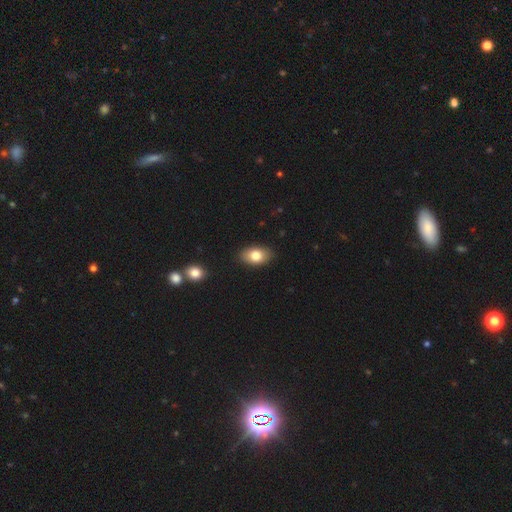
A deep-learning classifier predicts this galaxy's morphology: Smooth or featured? Predicted: smooth (p=0.81). How rounded? Predicted: in between (p=0.89). Merging? Predicted: none (p=0.87).